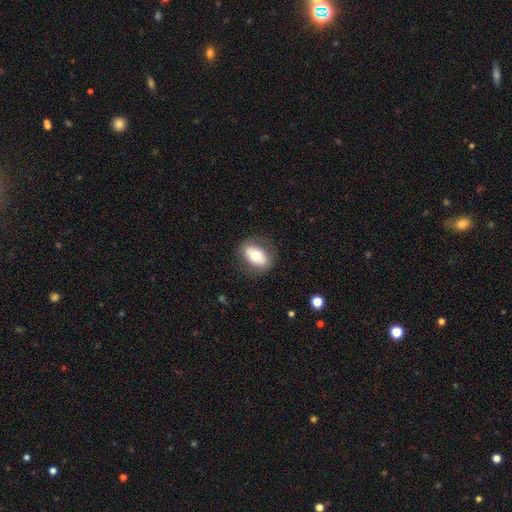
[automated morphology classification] Smooth or featured? Predicted: smooth (p=0.68). How rounded? Predicted: in between (p=0.82). Merging? Predicted: none (p=0.82).